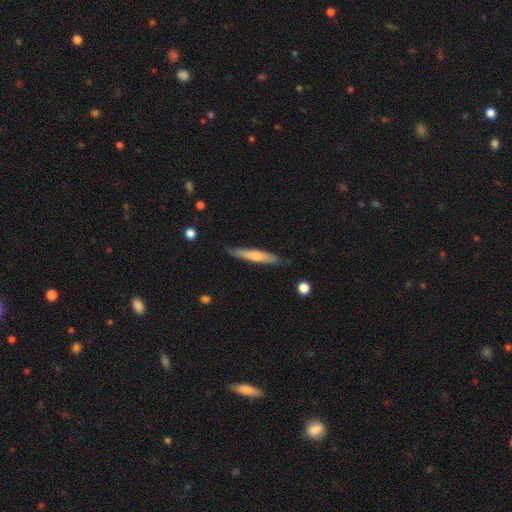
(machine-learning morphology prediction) This appears to be a smooth galaxy with no disk features (55%) that is cigar-shaped (91%). Merging: none (82%).